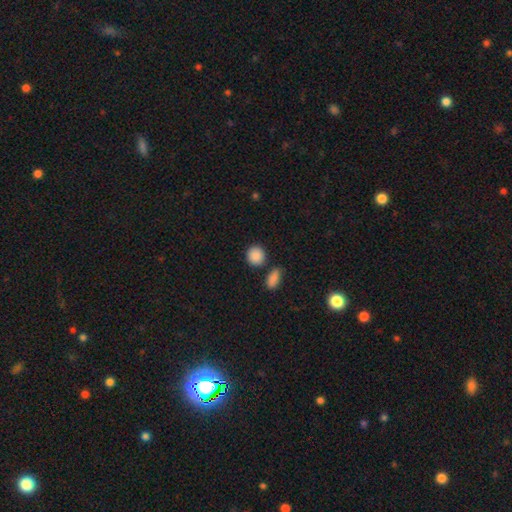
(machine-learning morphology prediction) Smooth or featured: smooth — 89% (star or artifact — 8%)
How rounded: round — 84% (in between — 15%)
Merging: none — 80% (minor disturbance — 9%)